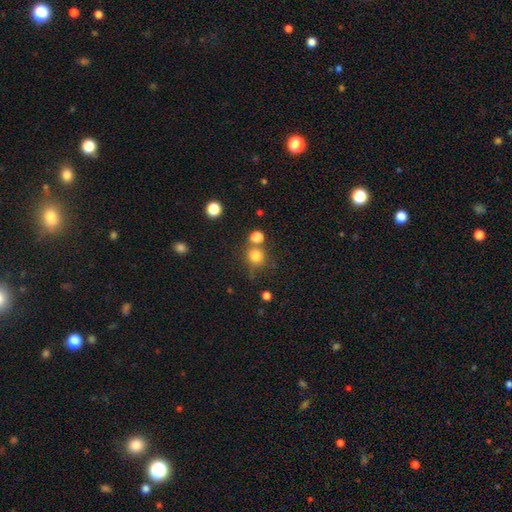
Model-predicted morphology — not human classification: A smooth galaxy with no disk features (80%) that is round (87%). Merging: none (65%).